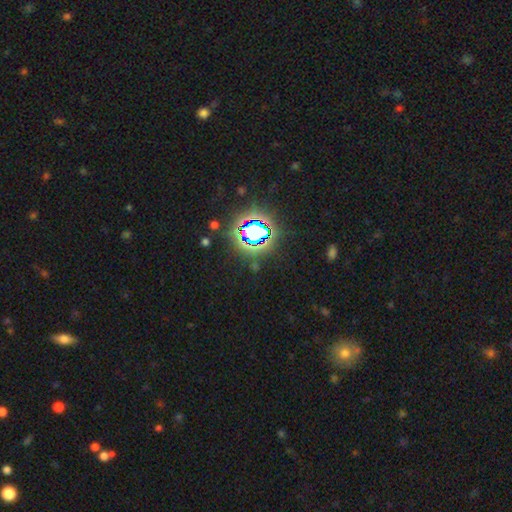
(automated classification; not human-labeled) Smooth or featured?
  - star or artifact: 80% *
  - smooth: 12%
  - featured or disk: 7%